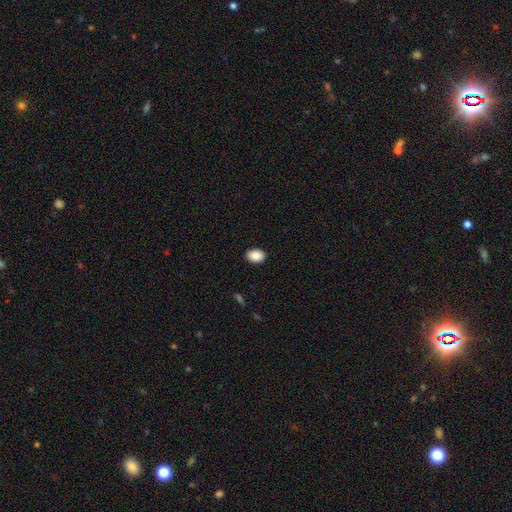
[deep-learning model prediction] A smooth galaxy with no disk features (90%) that is in between round and cigar-shaped (81%).

Vote fractions:
- Smooth or featured? smooth: 90% / star or artifact: 7% / featured or disk: 3%
- How rounded? in between: 81% / round: 18% / cigar-shaped: 1%
- Merging? none: 90% / minor disturbance: 7% / major disturbance: 2% / merger: 1%